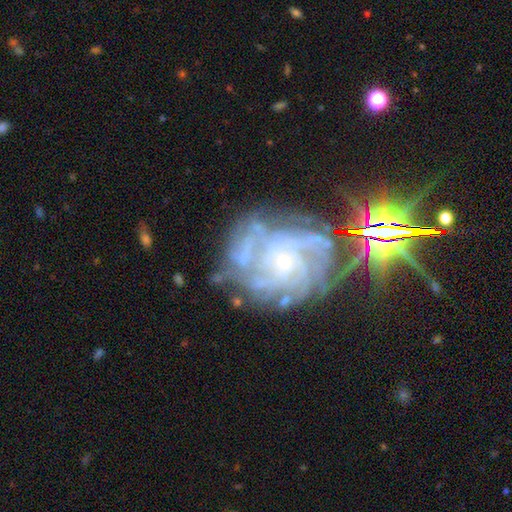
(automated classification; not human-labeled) This is likely a featured or disk galaxy (79%). It is clearly not viewed edge-on (97%). Bar: likely no (74%). Spiral arm pattern: clearly yes (95%). Spiral arm count: marginally can't tell (28%). Spiral winding: likely tight (64%). Central bulge: clearly small (80%). Merging: likely none (68%).